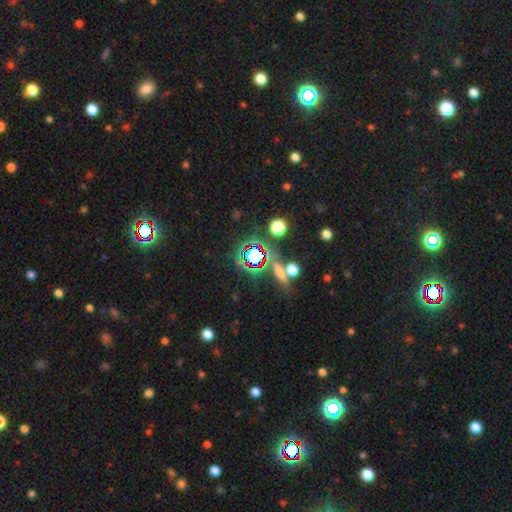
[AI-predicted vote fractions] Smooth or featured? star or artifact (61%)